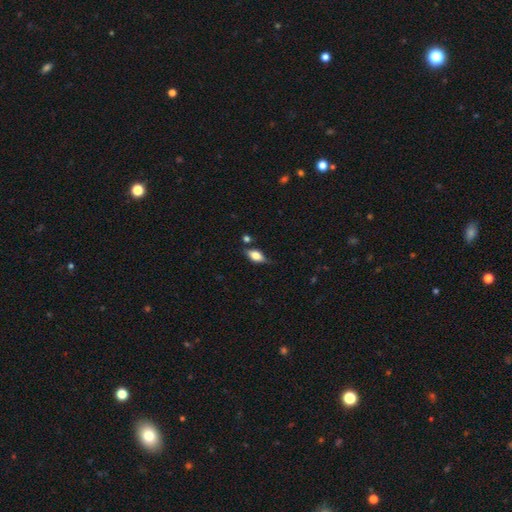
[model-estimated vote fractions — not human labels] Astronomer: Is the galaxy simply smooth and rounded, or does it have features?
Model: smooth — 66%.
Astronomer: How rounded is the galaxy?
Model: in between — 83%.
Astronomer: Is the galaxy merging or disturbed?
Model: none — 72%.